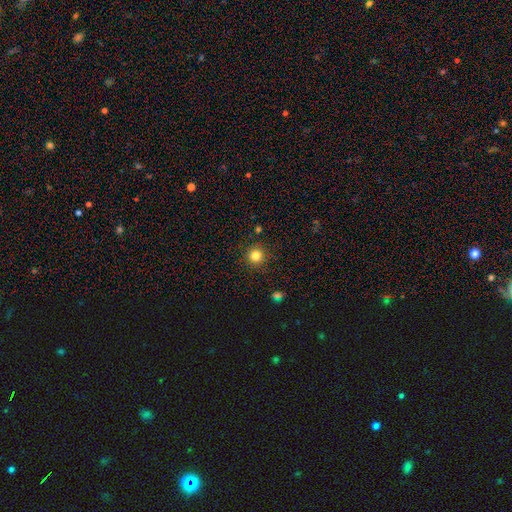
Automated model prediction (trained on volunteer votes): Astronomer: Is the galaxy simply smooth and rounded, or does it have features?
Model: smooth — 82%.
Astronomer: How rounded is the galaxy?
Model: round — 95%.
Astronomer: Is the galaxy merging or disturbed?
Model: none — 91%.